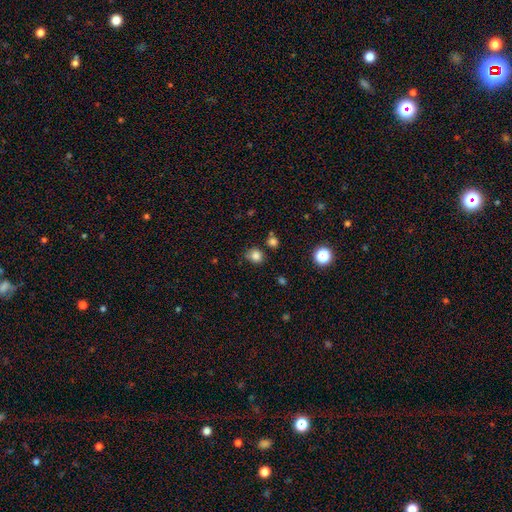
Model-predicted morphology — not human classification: Smooth or featured? Predicted: smooth (p=0.83). How rounded? Predicted: round (p=0.77). Merging? Predicted: none (p=0.77).